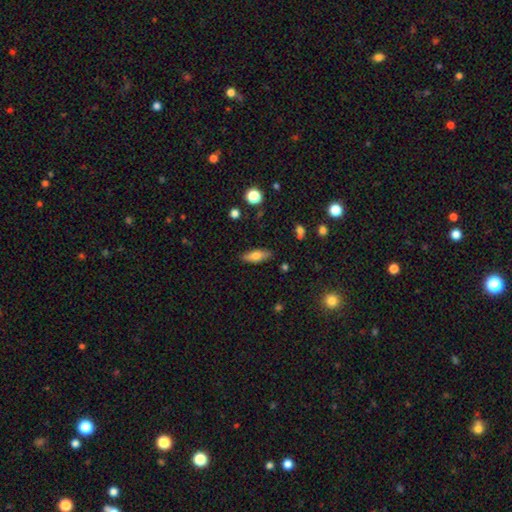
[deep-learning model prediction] Smooth or featured?
  - smooth: 69% *
  - featured or disk: 24%
  - star or artifact: 7%
How rounded?
  - in between: 65% *
  - cigar-shaped: 32%
  - round: 3%
Merging?
  - none: 85% *
  - minor disturbance: 11%
  - major disturbance: 2%
  - merger: 2%